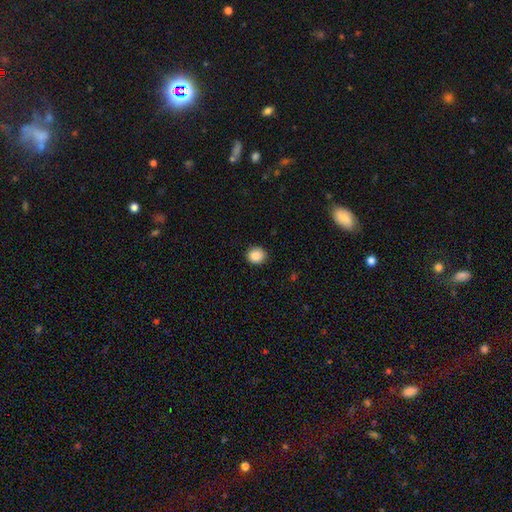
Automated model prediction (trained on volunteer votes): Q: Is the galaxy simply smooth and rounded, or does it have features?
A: smooth — 88%.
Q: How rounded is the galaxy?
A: round — 86%.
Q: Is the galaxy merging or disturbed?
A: none — 90%.